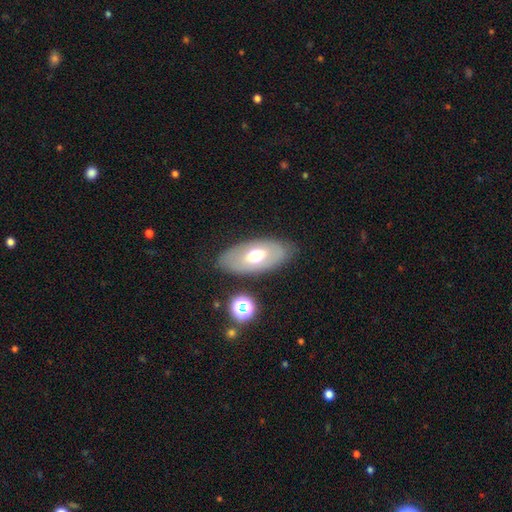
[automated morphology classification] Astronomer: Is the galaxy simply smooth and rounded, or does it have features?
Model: smooth — 54% (runner-up: featured or disk, 38%).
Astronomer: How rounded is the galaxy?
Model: in between — 92%.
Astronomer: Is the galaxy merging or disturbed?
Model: none — 81%.